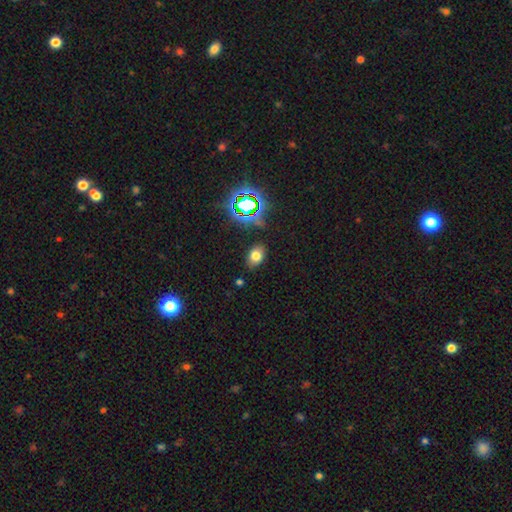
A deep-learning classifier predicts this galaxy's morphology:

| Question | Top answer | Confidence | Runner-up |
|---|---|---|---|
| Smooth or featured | smooth | 71% | star or artifact (20%) |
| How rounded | in between | 78% | round (21%) |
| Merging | none | 83% | minor disturbance (12%) |